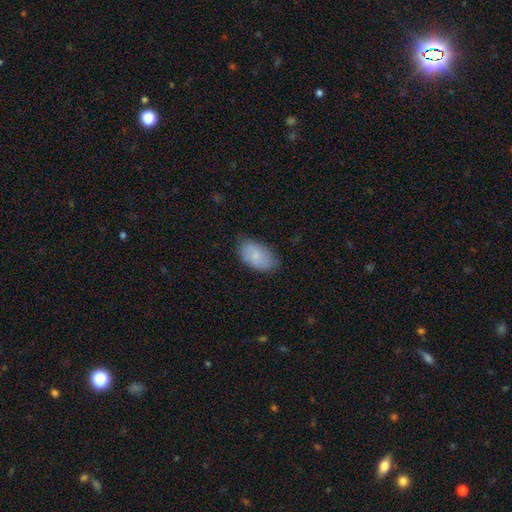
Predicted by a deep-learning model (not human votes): Morphology: type=smooth (81%); roundness=in between (94%); merging=none (79%).